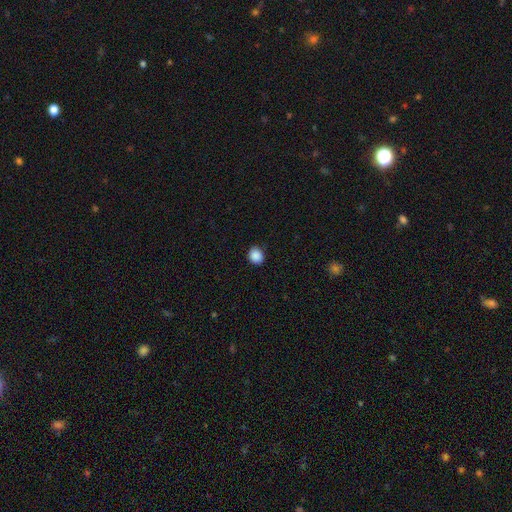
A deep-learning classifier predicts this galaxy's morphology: smooth 89%, star or artifact 9%, featured or disk 2%. Down the decision tree: how rounded — round (71%); merging — none (89%).